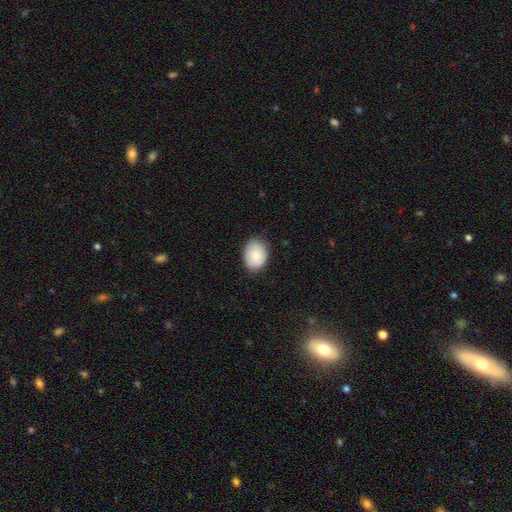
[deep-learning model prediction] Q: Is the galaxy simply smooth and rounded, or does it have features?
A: smooth — 83%.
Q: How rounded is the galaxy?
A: in between — 64%.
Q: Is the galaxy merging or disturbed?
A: none — 80%.